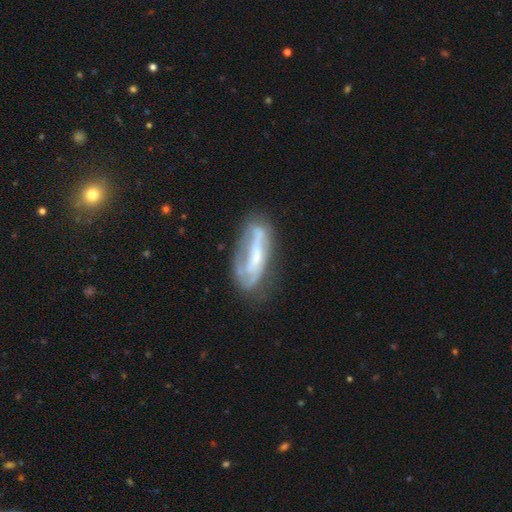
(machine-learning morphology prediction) Smooth or featured: featured or disk — 70% (smooth — 23%)
Edge-on disk: no — 82% (yes — 18%)
Bar: strong — 36% (no — 35%)
Spiral arms: yes — 66% (no — 34%)
Bulge size: small — 49% (moderate — 32%)
Merging: none — 57% (minor disturbance — 24%)